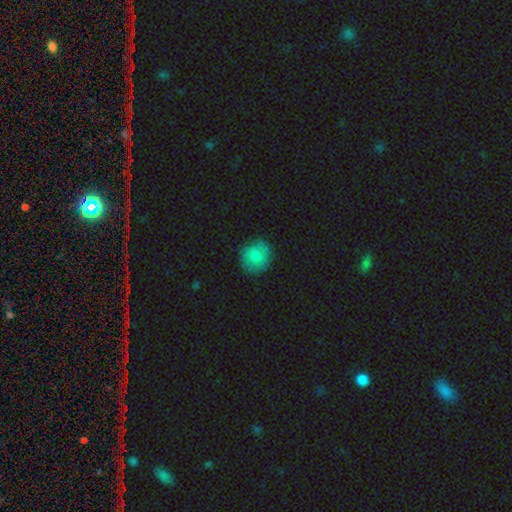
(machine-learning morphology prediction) Q: Smooth or featured?
A: smooth (75%); runner-up: featured or disk (17%)
Q: How rounded?
A: round (87%); runner-up: in between (12%)
Q: Merging?
A: none (79%); runner-up: minor disturbance (16%)